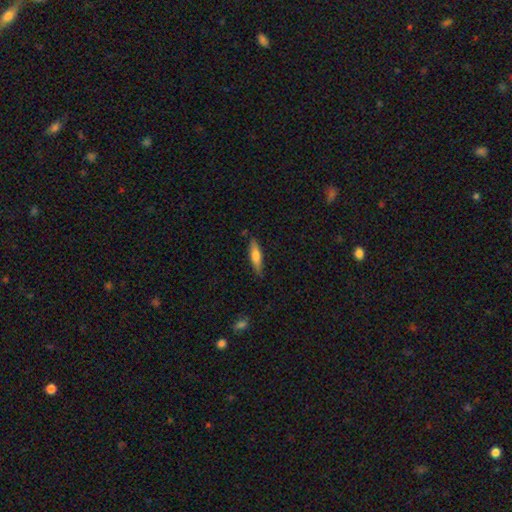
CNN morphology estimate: Overall: smooth (56%; featured or disk 38%). How rounded: cigar-shaped (76%). Merging: none (82%).